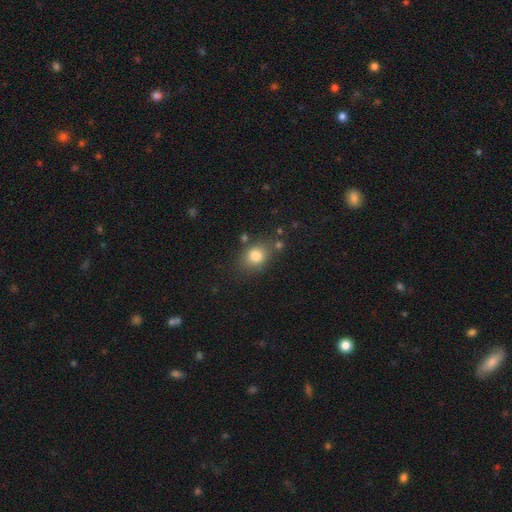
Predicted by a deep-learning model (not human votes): The model was most divided on "how rounded": in between: 50%, round: 49%, cigar-shaped: 1%. More confident: smooth or featured — smooth (80%); merging — none (73%).